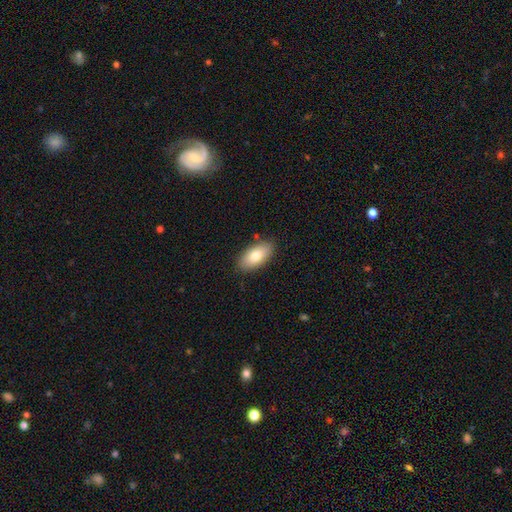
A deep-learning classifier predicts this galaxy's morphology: type=smooth (79%); roundness=in between (92%); merging=none (86%).